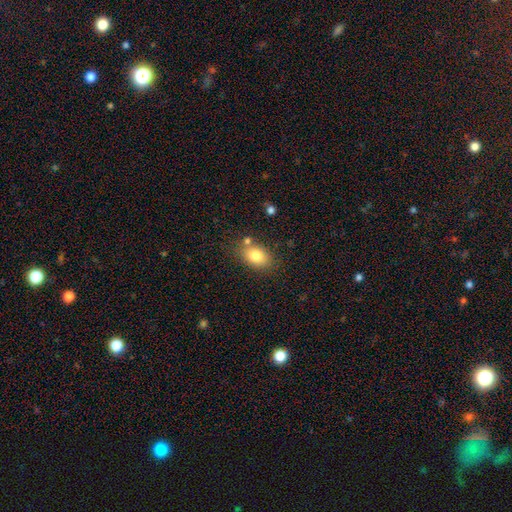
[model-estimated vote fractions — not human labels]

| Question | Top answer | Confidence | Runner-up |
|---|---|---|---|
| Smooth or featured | smooth | 80% | featured or disk (11%) |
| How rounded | in between | 78% | round (20%) |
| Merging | none | 74% | minor disturbance (13%) |